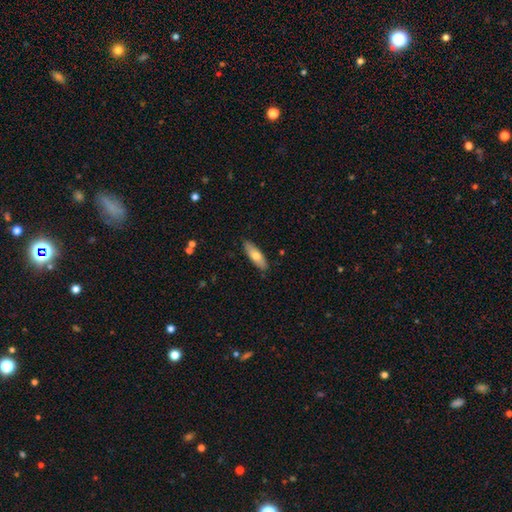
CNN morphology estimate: Q: Smooth or featured?
A: smooth (68%); runner-up: featured or disk (26%)
Q: How rounded?
A: in between (56%); runner-up: cigar-shaped (42%)
Q: Merging?
A: none (87%); runner-up: minor disturbance (10%)